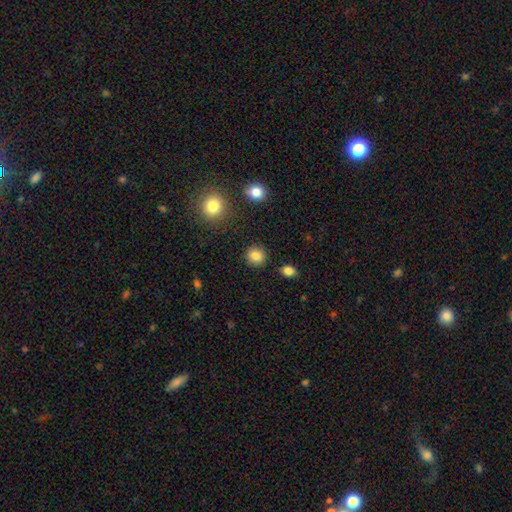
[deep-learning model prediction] smooth_or_featured: smooth (p=0.86) [alt: star or artifact p=0.09]
how_rounded: round (p=0.88) [alt: in between p=0.11]
merging: none (p=0.89) [alt: minor disturbance p=0.07]